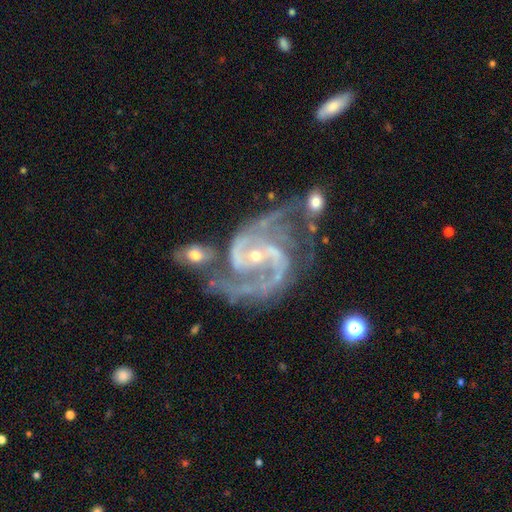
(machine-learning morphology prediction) Overall: featured or disk (93%). Edge-on disk: no (98%). Bar: weak (39%; no 35%). Spiral arms: yes (98%). Spiral arm count: 2 (81%). Spiral winding: medium (61%; tight 23%). Bulge size: small (75%). Merging: none (40%; merger 22%).